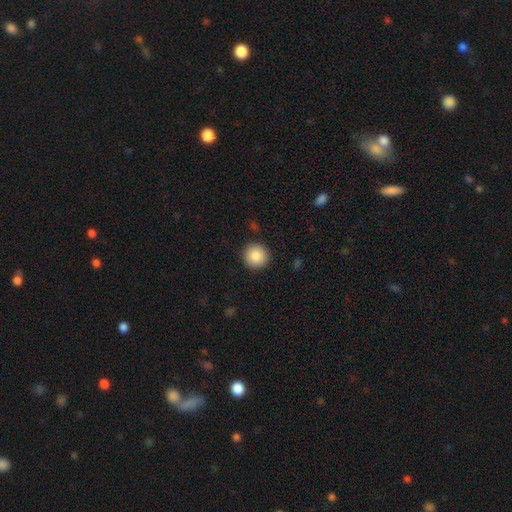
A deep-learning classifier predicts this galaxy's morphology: Overall: smooth (87%). How rounded: round (95%). Merging: none (92%).